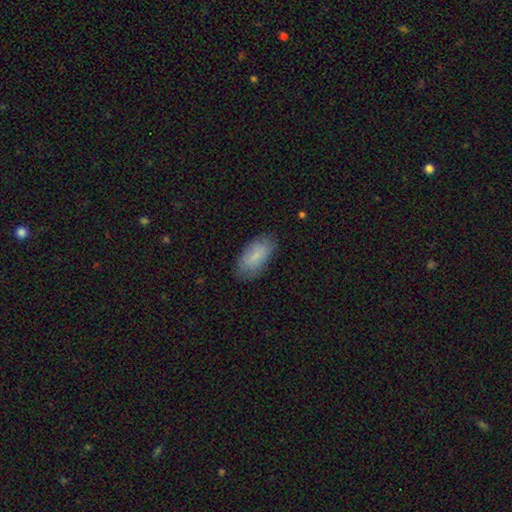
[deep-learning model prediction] Smooth or featured? Predicted: smooth (p=0.82). How rounded? Predicted: in between (p=0.93). Merging? Predicted: none (p=0.81).